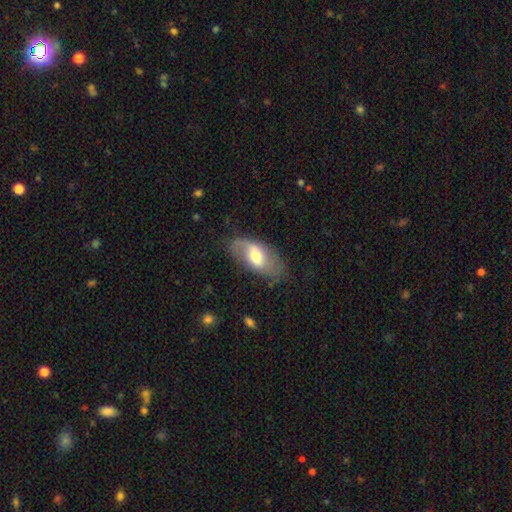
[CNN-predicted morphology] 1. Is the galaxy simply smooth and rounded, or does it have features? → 51% featured or disk, 42% smooth, 6% star or artifact.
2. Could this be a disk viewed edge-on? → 90% no, 10% yes.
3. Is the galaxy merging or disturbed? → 61% none, 24% minor disturbance, 12% major disturbance, 2% merger.